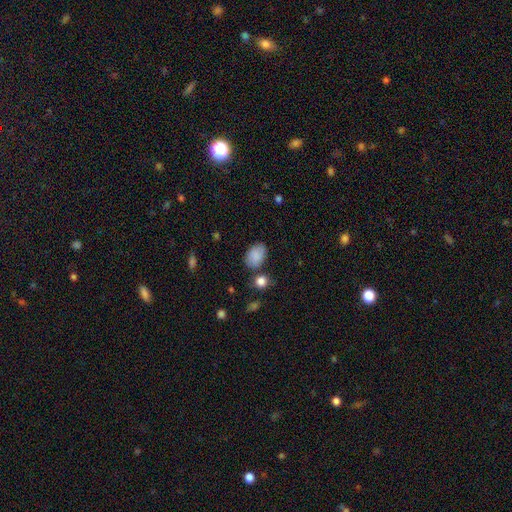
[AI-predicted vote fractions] smooth-or-featured: smooth: 86% | star or artifact: 7% | featured or disk: 7%
  how-rounded: in between: 85% | round: 14% | cigar-shaped: 1%
  merging: none: 72% | minor disturbance: 17% | merger: 7% | major disturbance: 4%